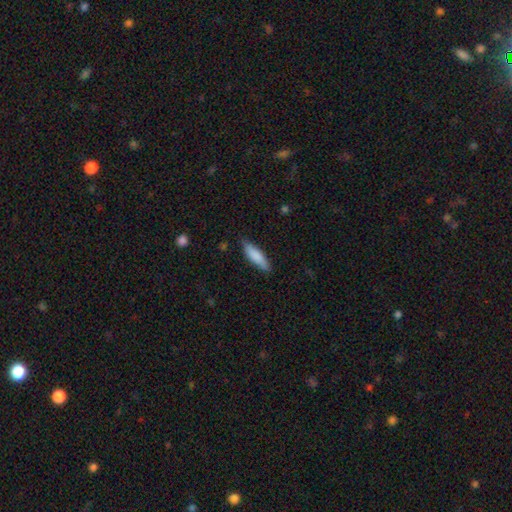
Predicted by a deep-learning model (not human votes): smooth 82%, featured or disk 12%, star or artifact 6%. Down the decision tree: how rounded — cigar-shaped (59%); merging — none (81%).